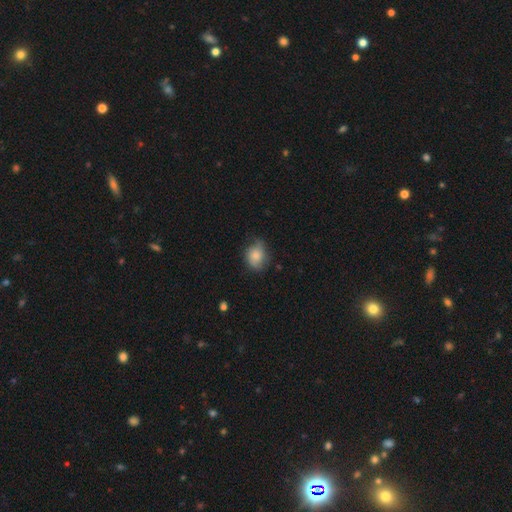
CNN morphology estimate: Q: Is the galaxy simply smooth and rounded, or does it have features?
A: smooth — 76%.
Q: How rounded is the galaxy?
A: in between — 51%.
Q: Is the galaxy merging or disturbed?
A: none — 56%.